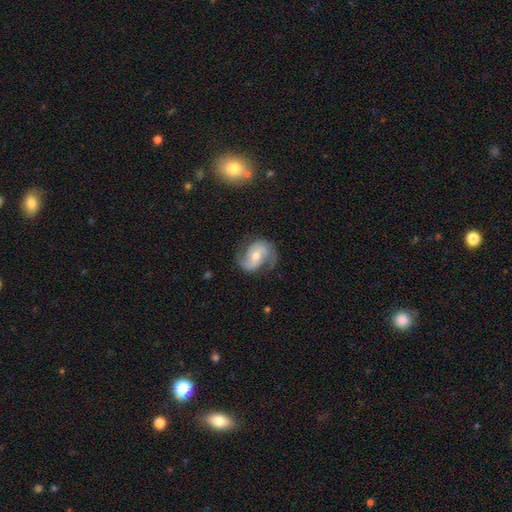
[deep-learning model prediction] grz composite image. It shows a featured or disk galaxy (83%) with no bar (51%), 2 (89%) medium (49%) spiral arms (96%) and a moderate central bulge (63%). Merging: none (72%).